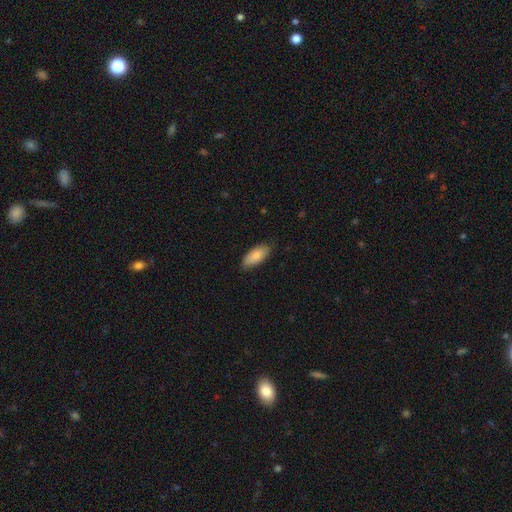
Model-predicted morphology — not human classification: A smooth galaxy with no disk features (84%) that is in between round and cigar-shaped (85%). Merging: none (80%).